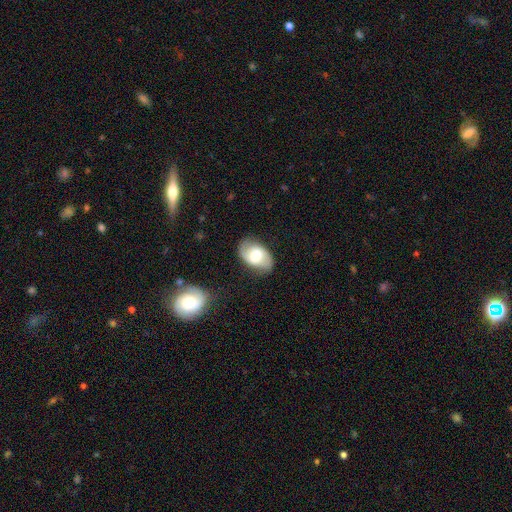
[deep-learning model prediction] The model was most divided on "bar": weak: 46%, no: 37%, strong: 18%. More confident: edge-on disk — no (95%); spiral arms — yes (81%); merging — none (76%); bulge size — moderate (57%); smooth or featured — featured or disk (53%).